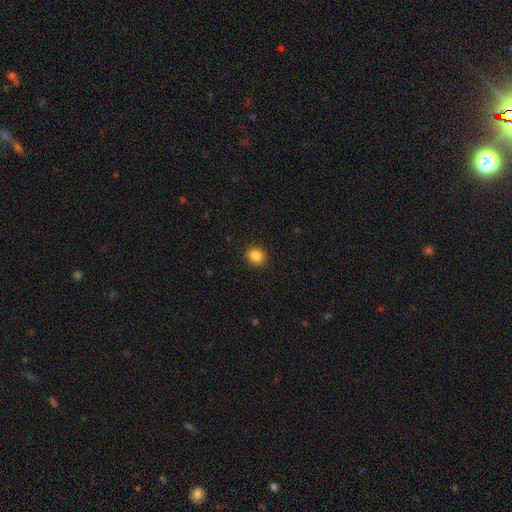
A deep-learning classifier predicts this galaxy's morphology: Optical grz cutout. It shows a smooth galaxy with no disk features (85%) that is round (83%). Merging: none (91%).